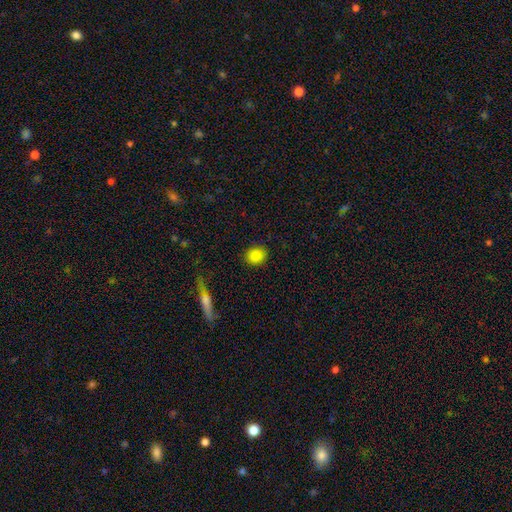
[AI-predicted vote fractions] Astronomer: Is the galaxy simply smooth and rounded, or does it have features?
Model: smooth — 86%.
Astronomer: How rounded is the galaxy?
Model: round — 72%.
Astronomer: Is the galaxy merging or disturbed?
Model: none — 89%.